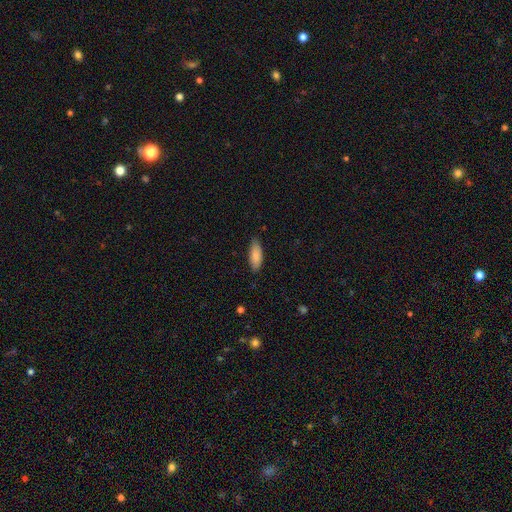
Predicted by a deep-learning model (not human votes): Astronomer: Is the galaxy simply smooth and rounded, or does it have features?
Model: smooth — 85%.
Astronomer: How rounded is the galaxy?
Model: in between — 68%.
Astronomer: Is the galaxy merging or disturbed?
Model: none — 85%.